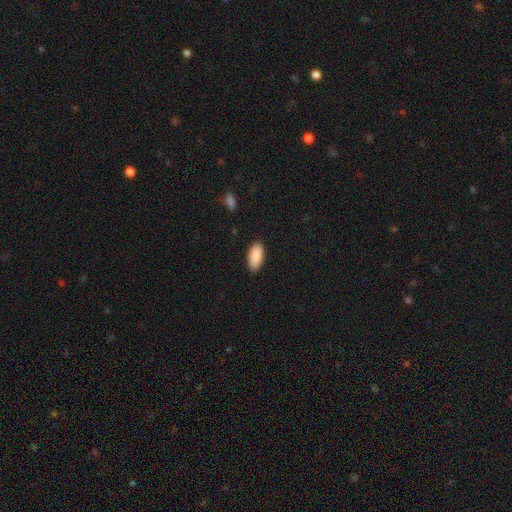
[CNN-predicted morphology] The model was most divided on "merging": none: 88%, minor disturbance: 9%, major disturbance: 2%, merger: 1%. More confident: how rounded — in between (92%); smooth or featured — smooth (90%).